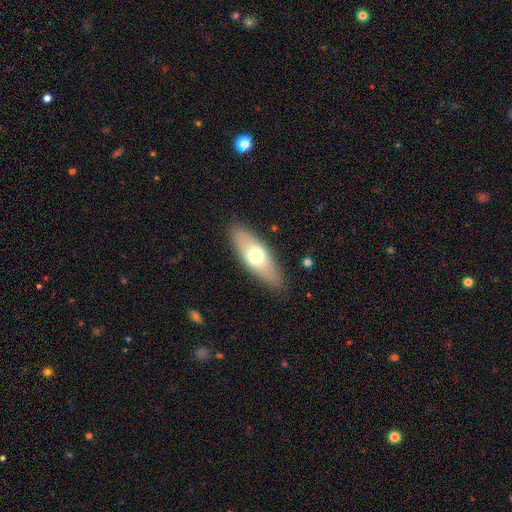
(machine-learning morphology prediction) Overall: smooth (65%; featured or disk 29%). How rounded: in between (68%; cigar-shaped 29%). Merging: none (86%).